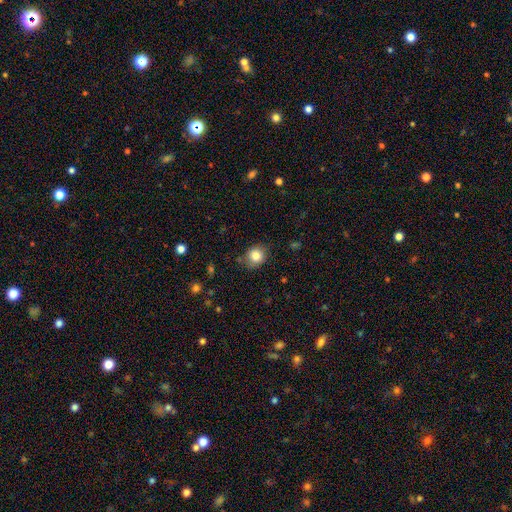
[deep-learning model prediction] Smooth or featured? Predicted: smooth (p=0.82). How rounded? Predicted: round (p=0.77). Merging? Predicted: none (p=0.77).